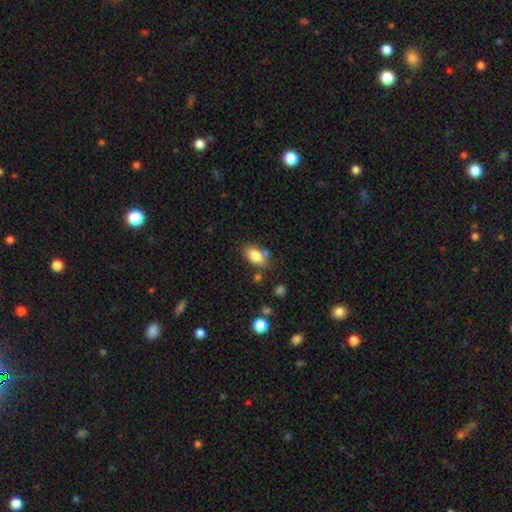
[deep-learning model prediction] smooth_or_featured: smooth (p=0.83) [alt: featured or disk p=0.08]
how_rounded: in between (p=0.89) [alt: round p=0.06]
merging: none (p=0.72) [alt: minor disturbance p=0.15]